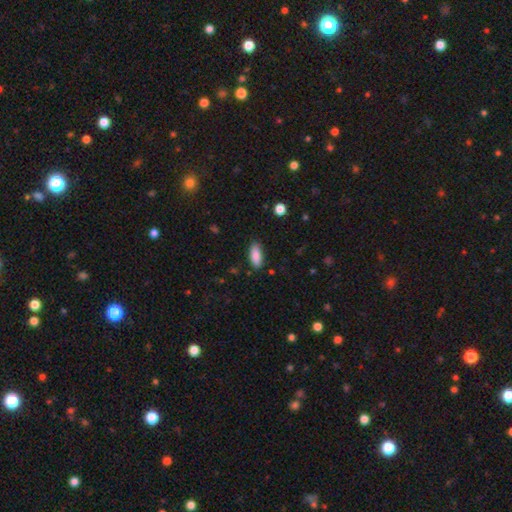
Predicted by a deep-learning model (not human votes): Smooth or featured? Predicted: smooth (p=0.88). How rounded? Predicted: in between (p=0.82). Merging? Predicted: none (p=0.86).